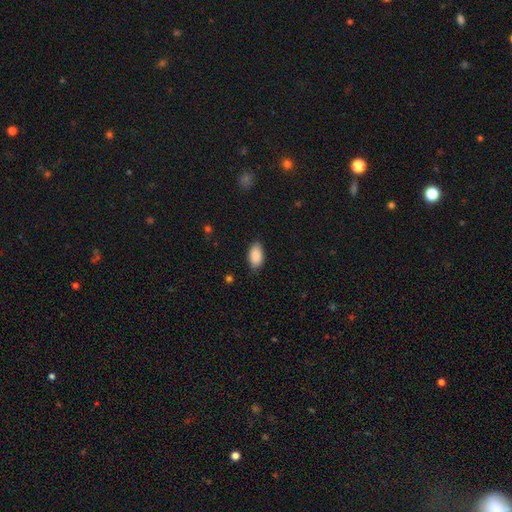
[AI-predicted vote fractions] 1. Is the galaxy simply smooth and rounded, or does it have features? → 90% smooth, 6% star or artifact, 4% featured or disk.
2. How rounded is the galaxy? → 94% in between, 4% round, 2% cigar-shaped.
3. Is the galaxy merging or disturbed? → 83% none, 13% minor disturbance, 3% major disturbance, 1% merger.